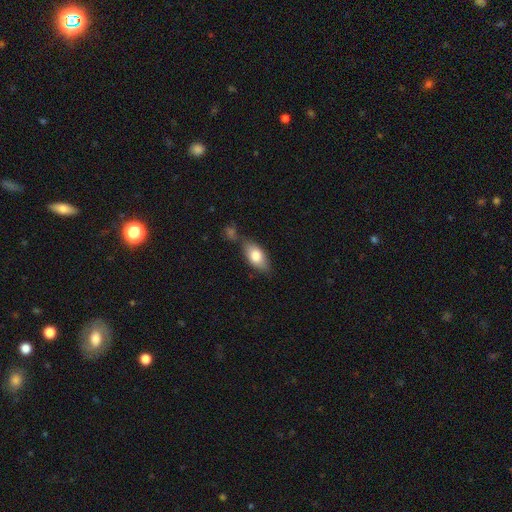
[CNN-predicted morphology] A smooth galaxy with no disk features (78%) that is in between round and cigar-shaped (89%).

Vote fractions:
- Smooth or featured? smooth: 78% / featured or disk: 16% / star or artifact: 6%
- How rounded? in between: 89% / cigar-shaped: 7% / round: 4%
- Merging? none: 63% / minor disturbance: 17% / merger: 15% / major disturbance: 5%